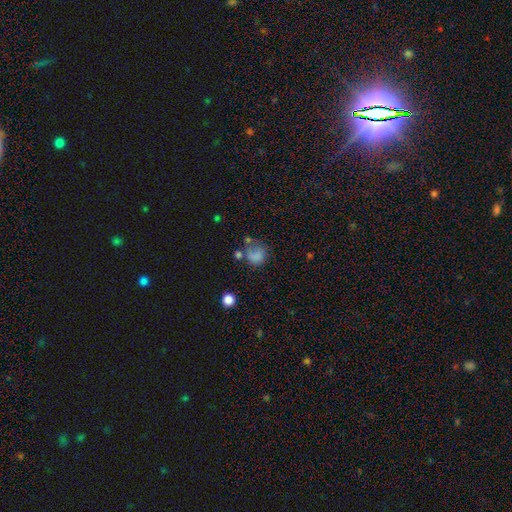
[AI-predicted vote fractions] A smooth galaxy with no disk features (72%) that is round (70%). Merging: none (42%).